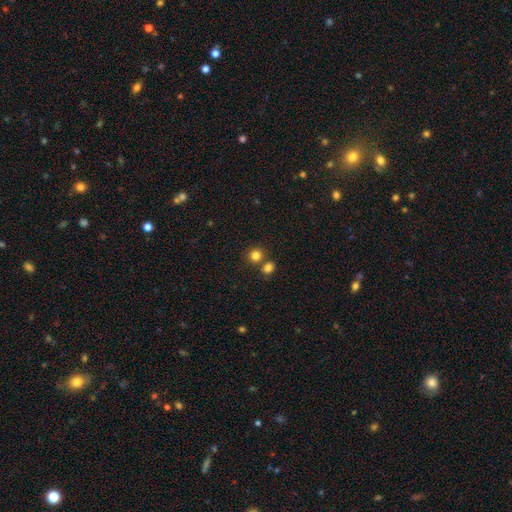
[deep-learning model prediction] Smooth or featured?
  - smooth: 82% *
  - star or artifact: 13%
  - featured or disk: 5%
How rounded?
  - round: 86% *
  - in between: 13%
  - cigar-shaped: 1%
Merging?
  - none: 66% *
  - merger: 25%
  - minor disturbance: 7%
  - major disturbance: 3%